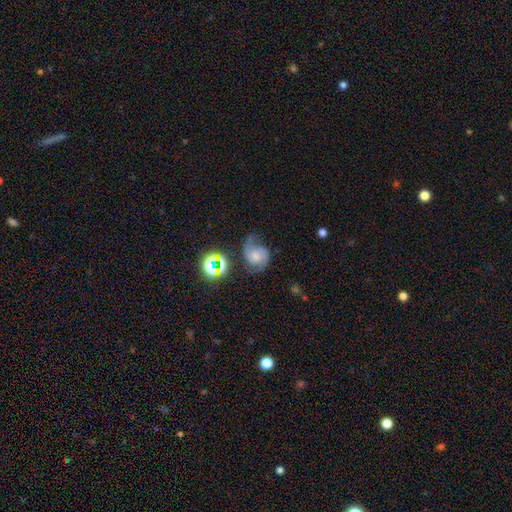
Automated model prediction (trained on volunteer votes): smooth_or_featured: featured or disk (p=0.77) [alt: smooth p=0.12]
disk_edge_on: no (p=0.98) [alt: yes p=0.02]
bar: no (p=0.66) [alt: weak p=0.28]
has_spiral_arms: yes (p=0.96) [alt: no p=0.04]
spiral_winding: medium (p=0.51) [alt: loose p=0.28]
spiral_arm_count: 2 (p=0.86) [alt: 1 p=0.06]
bulge_size: small (p=0.41) [alt: moderate p=0.38]
merging: none (p=0.59) [alt: minor disturbance p=0.22]